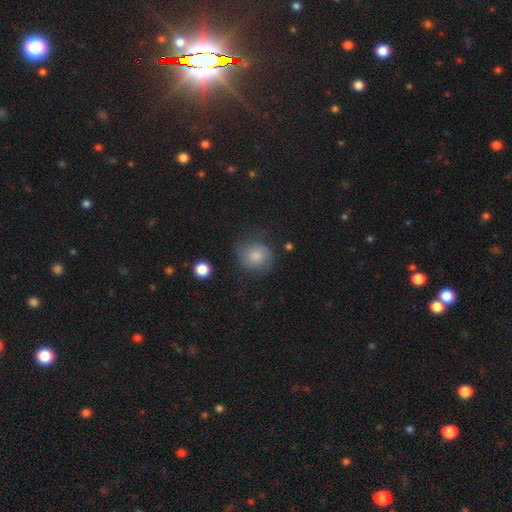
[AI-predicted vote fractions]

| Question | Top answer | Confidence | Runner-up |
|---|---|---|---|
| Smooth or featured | smooth | 65% | featured or disk (26%) |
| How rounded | round | 73% | in between (26%) |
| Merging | none | 58% | minor disturbance (26%) |